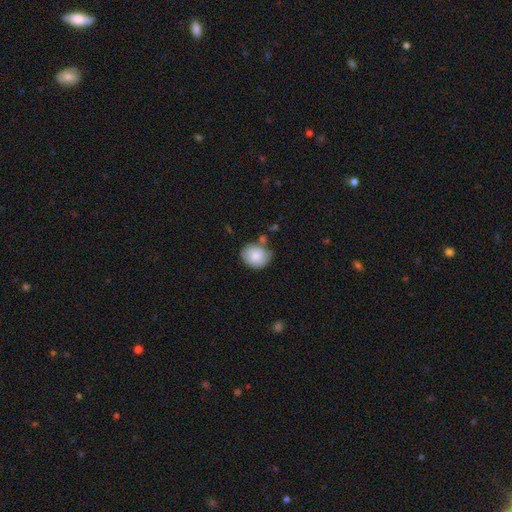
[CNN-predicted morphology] smooth 84%, featured or disk 9%, star or artifact 7%. Down the decision tree: how rounded — round (60%); merging — none (66%).